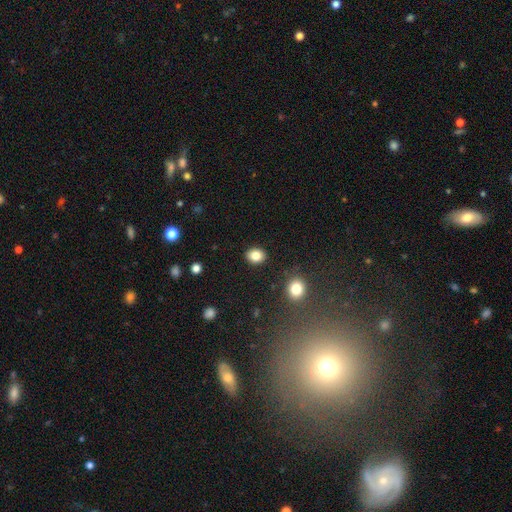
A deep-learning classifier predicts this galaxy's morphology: A smooth galaxy with no disk features (84%) that is round (54%).

Vote fractions:
- Smooth or featured? smooth: 84% / star or artifact: 10% / featured or disk: 6%
- How rounded? round: 54% / in between: 45% / cigar-shaped: 1%
- Merging? none: 89% / minor disturbance: 7% / major disturbance: 2% / merger: 2%